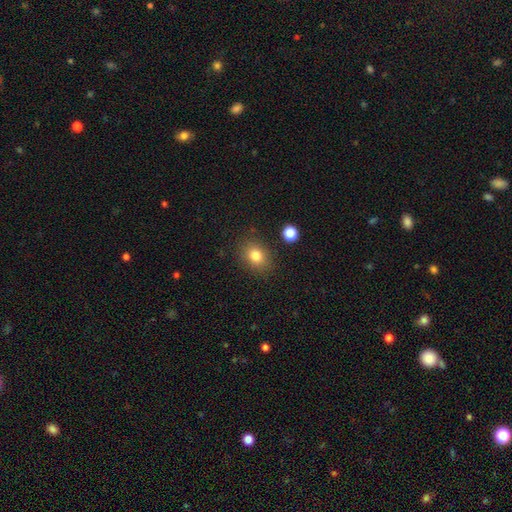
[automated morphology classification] smooth_or_featured: smooth (p=0.81) [alt: star or artifact p=0.11]
how_rounded: in between (p=0.56) [alt: round p=0.42]
merging: none (p=0.84) [alt: minor disturbance p=0.10]